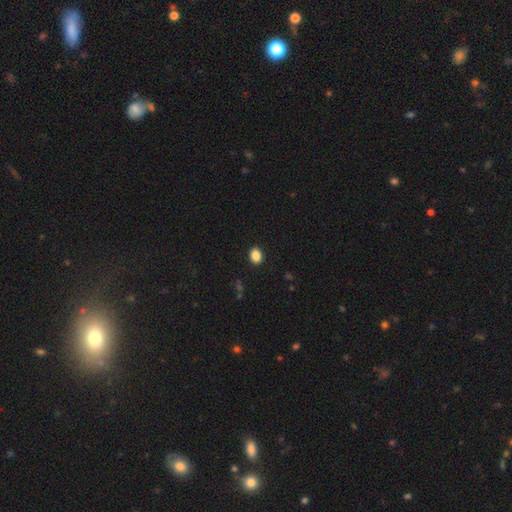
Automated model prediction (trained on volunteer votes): The model was most divided on "how rounded": in between: 61%, round: 38%, cigar-shaped: 1%. More confident: merging — none (91%); smooth or featured — smooth (87%).